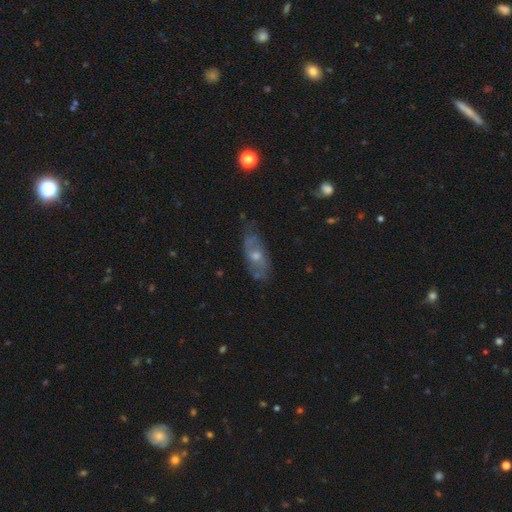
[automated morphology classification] This appears to be a featured or disk galaxy (63%) with no bar (68%), spiral arms (70%) and a moderate central bulge (59%). Merging: none (72%).